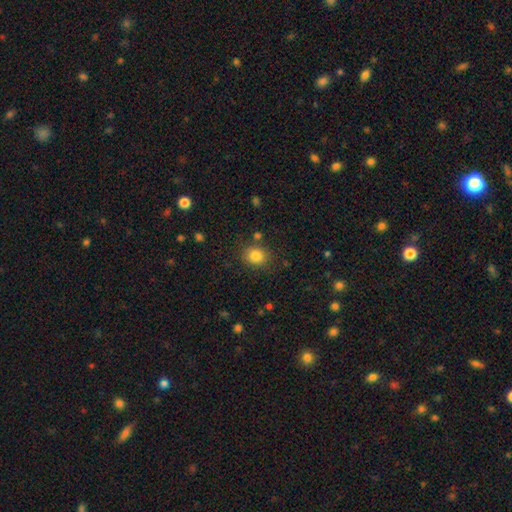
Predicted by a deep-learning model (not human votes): smooth 83%, star or artifact 11%, featured or disk 6%. Down the decision tree: how rounded — round (73%); merging — none (83%).